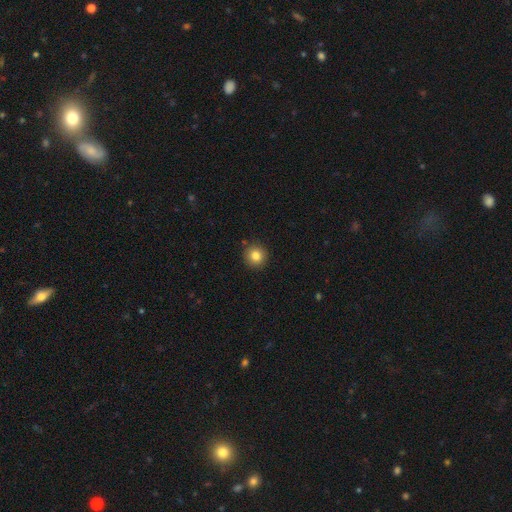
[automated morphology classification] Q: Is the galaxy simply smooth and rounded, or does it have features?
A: smooth — 83%.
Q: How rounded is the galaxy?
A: round — 94%.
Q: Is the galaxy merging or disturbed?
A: none — 90%.